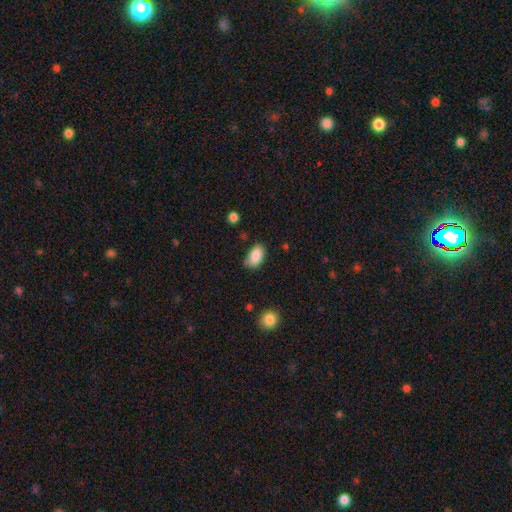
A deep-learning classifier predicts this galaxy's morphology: smooth 86%, star or artifact 7%, featured or disk 6%. Down the decision tree: how rounded — in between (93%); merging — none (71%).